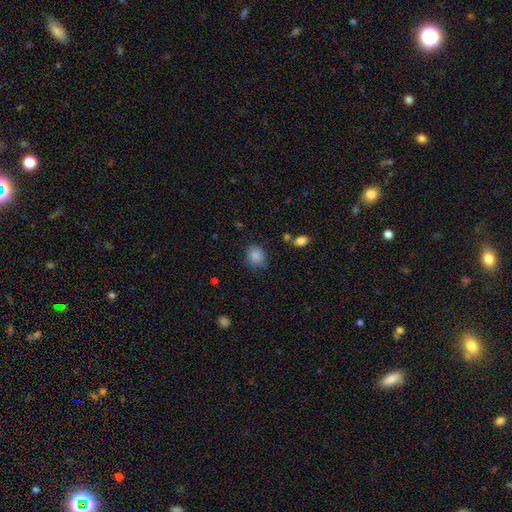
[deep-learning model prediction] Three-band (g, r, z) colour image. It shows a smooth galaxy with no disk features (86%) that is round (74%). Merging: none (77%).